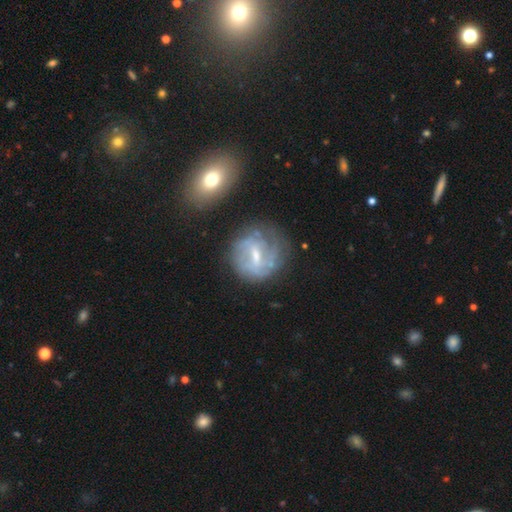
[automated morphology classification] A featured or disk galaxy (70%) with a weak bar (55%), tight (46%) spiral arms (74%) and a small central bulge (50%).

Vote fractions:
- Smooth or featured? featured or disk: 70% / smooth: 21% / star or artifact: 9%
- Edge-on disk? no: 96% / yes: 4%
- Bar? weak: 55% / strong: 27% / no: 18%
- Spiral arms? yes: 74% / no: 26%
- Spiral winding? tight: 46% / medium: 34% / loose: 20%
- Spiral arm count? can't tell: 45% / 2: 30% / 3: 11% / 1: 6% / 4: 4% / more than 4: 3%
- Bulge size? small: 50% / moderate: 37% / none: 9% / large: 2% / dominant: 1%
- Merging? none: 65% / minor disturbance: 19% / major disturbance: 12% / merger: 4%